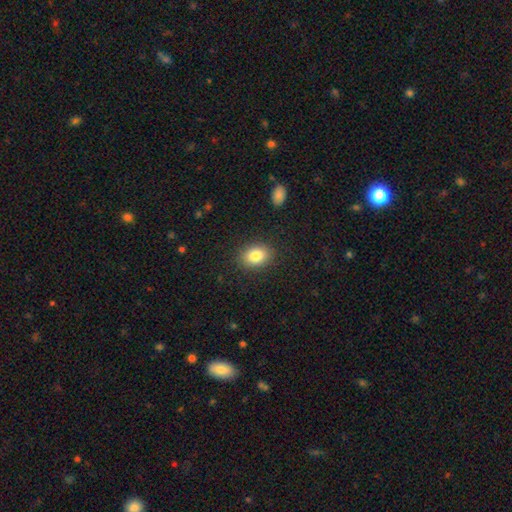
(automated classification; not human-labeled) The model was most divided on "how rounded": in between: 67%, round: 32%, cigar-shaped: 1%. More confident: merging — none (87%); smooth or featured — smooth (83%).